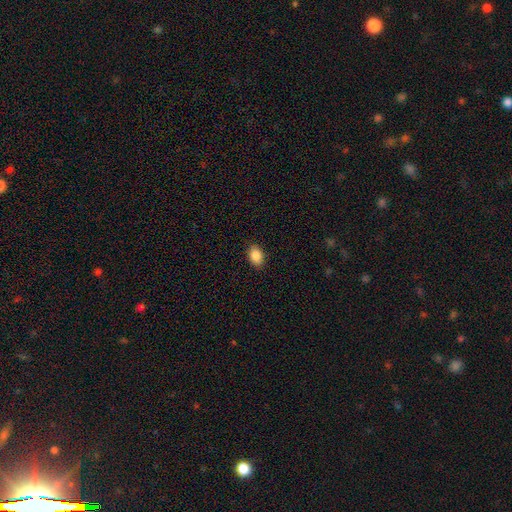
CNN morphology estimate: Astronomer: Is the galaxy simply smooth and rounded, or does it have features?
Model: smooth — 89%.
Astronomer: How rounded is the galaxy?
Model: in between — 80%.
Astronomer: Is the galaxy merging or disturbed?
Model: none — 88%.